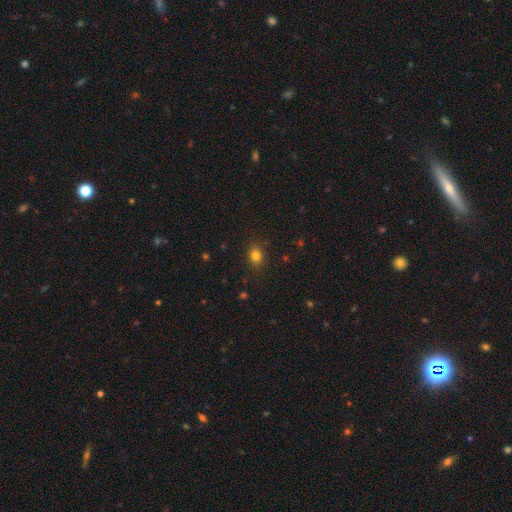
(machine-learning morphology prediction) Smooth or featured: smooth — 81% (star or artifact — 14%)
How rounded: round — 58% (in between — 41%)
Merging: none — 86% (minor disturbance — 10%)